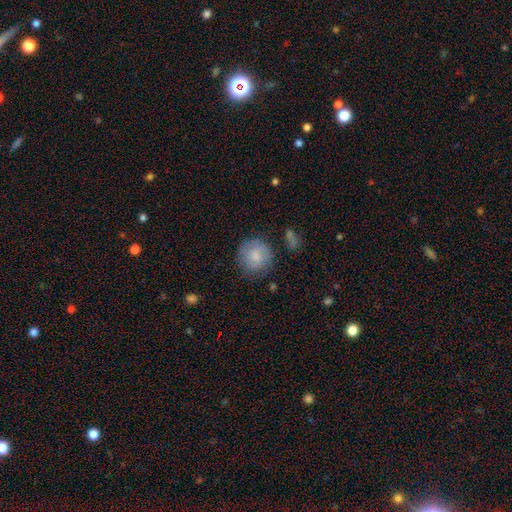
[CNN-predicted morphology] Smooth or featured? smooth (75%)
How rounded? round (90%)
Merging? none (74%)